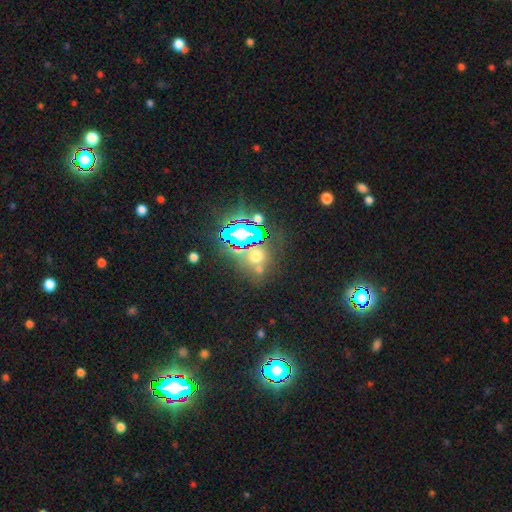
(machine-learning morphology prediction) Smooth or featured? Predicted: star or artifact (p=0.49).